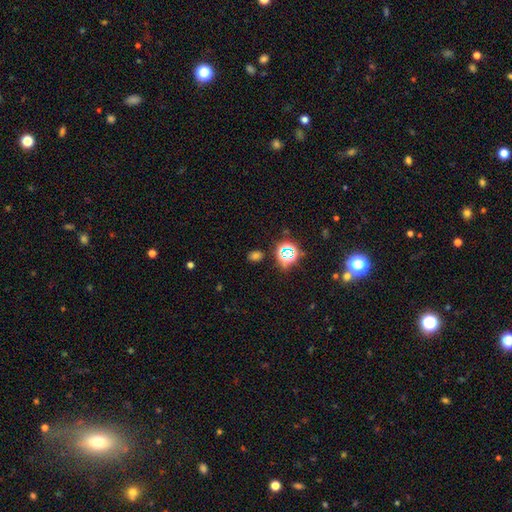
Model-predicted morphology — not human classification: A smooth galaxy with no disk features (61%) that is in between round and cigar-shaped (54%). Merging: none (83%).